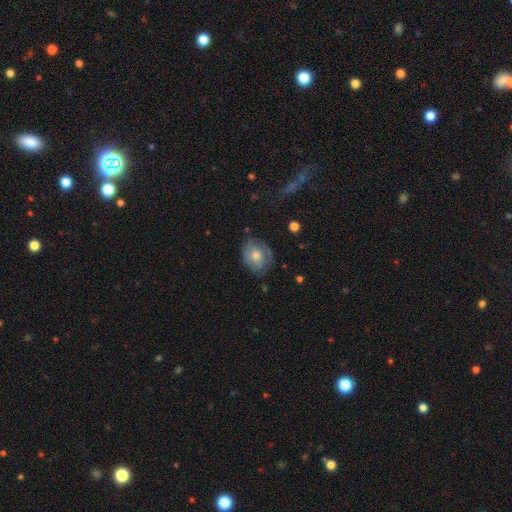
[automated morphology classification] smooth_or_featured: smooth (p=0.49) [alt: featured or disk p=0.44]
merging: none (p=0.67) [alt: minor disturbance p=0.24]